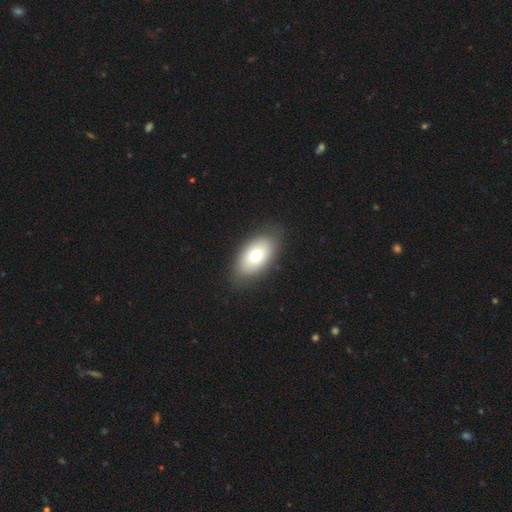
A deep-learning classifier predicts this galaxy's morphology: A smooth galaxy with no disk features (73%) that is in between round and cigar-shaped (91%).

Vote fractions:
- Smooth or featured? smooth: 73% / featured or disk: 19% / star or artifact: 8%
- How rounded? in between: 91% / round: 7% / cigar-shaped: 2%
- Merging? none: 84% / minor disturbance: 11% / major disturbance: 3% / merger: 1%